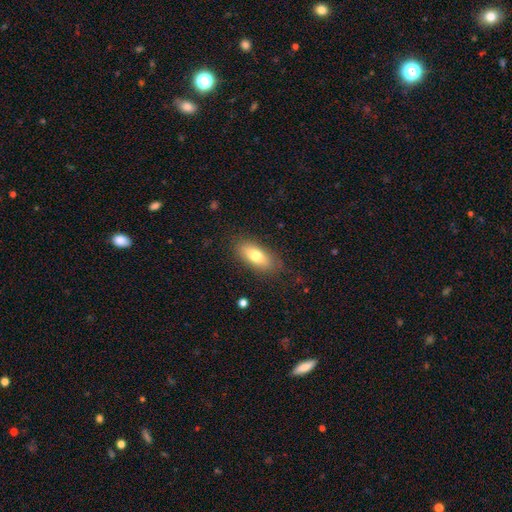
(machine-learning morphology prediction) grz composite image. It shows a smooth galaxy with no disk features (74%) that is in between round and cigar-shaped (81%). Merging: none (83%).